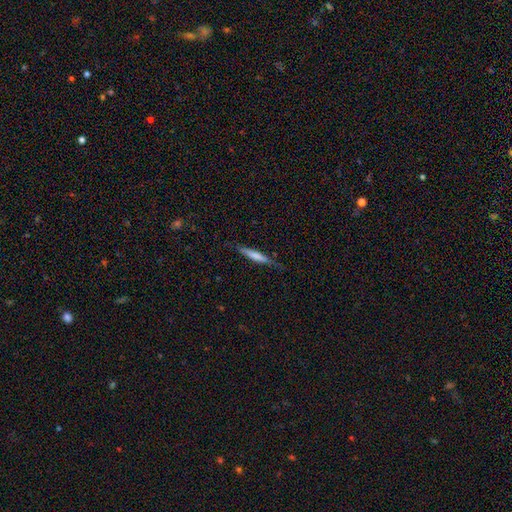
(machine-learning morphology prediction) Smooth or featured? Predicted: smooth (p=0.57). How rounded? Predicted: cigar-shaped (p=0.93). Merging? Predicted: none (p=0.78).